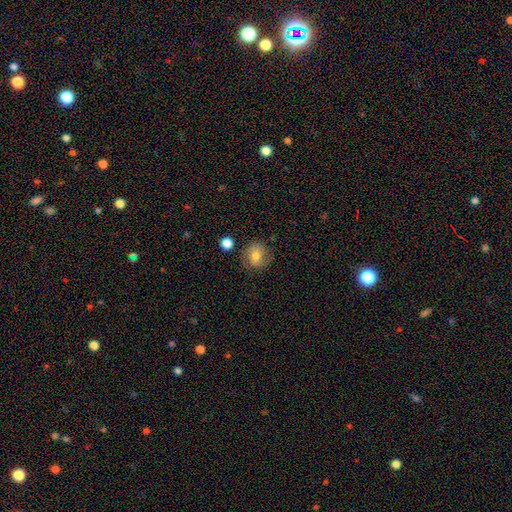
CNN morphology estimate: type=smooth (57%); roundness=round (81%); merging=none (76%).